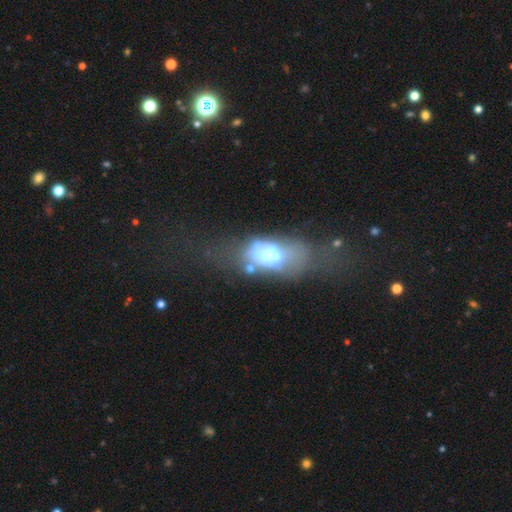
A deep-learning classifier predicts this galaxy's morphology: Smooth or featured: featured or disk — 49% (smooth — 38%)
Merging: major disturbance — 38% (merger — 26%)